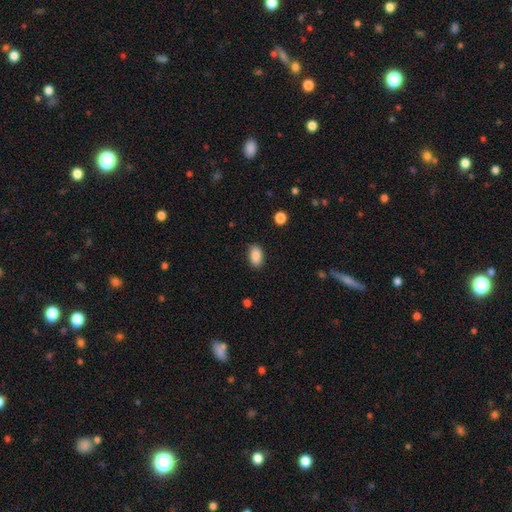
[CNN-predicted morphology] The model was most divided on "merging": none: 87%, minor disturbance: 9%, major disturbance: 2%, merger: 1%. More confident: how rounded — in between (91%); smooth or featured — smooth (88%).